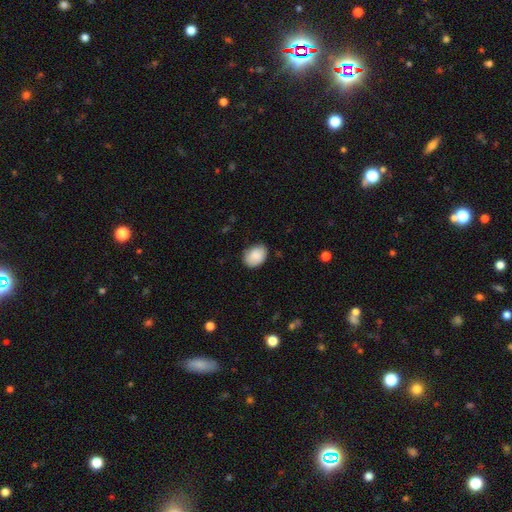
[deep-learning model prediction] smooth_or_featured: smooth (p=0.86) [alt: featured or disk p=0.07]
how_rounded: in between (p=0.68) [alt: round p=0.31]
merging: none (p=0.74) [alt: minor disturbance p=0.21]